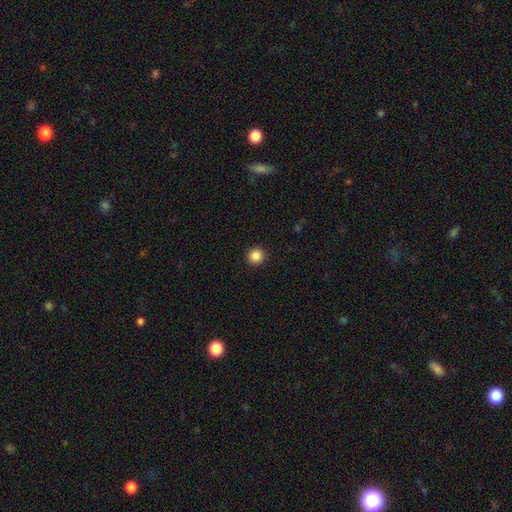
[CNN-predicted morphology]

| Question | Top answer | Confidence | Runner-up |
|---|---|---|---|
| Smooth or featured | smooth | 87% | star or artifact (10%) |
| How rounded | round | 95% | in between (4%) |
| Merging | none | 93% | minor disturbance (4%) |